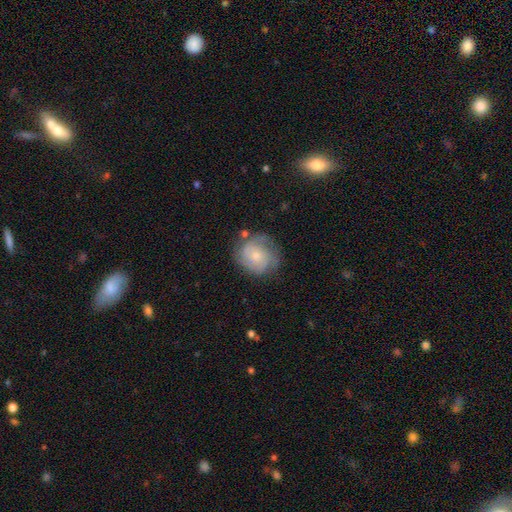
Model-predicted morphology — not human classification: This appears to be a featured or disk galaxy (67%) with no bar (77%), 3 (31%) tight (52%) spiral arms (91%) and a small central bulge (68%). Merging: none (68%).